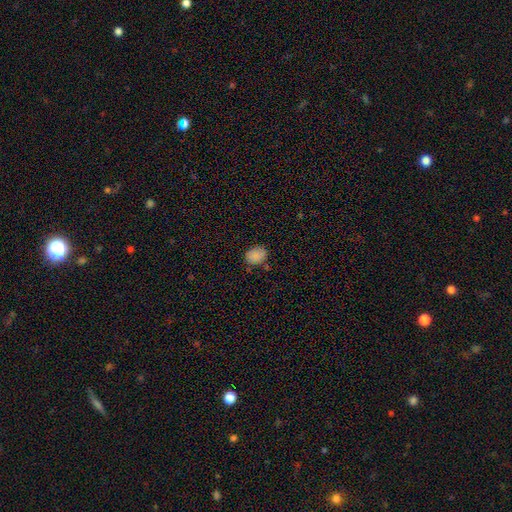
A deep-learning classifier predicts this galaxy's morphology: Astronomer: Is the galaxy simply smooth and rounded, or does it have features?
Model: smooth — 85%.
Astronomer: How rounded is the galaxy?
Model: in between — 55% (runner-up: round, 44%).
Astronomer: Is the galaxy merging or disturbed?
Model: none — 76%.